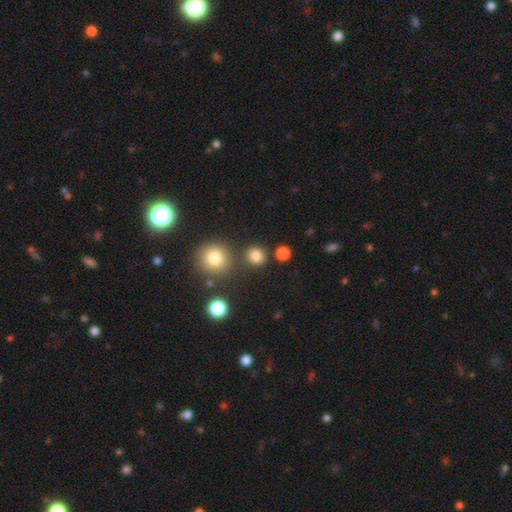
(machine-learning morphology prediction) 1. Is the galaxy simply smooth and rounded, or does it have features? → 82% smooth, 14% star or artifact, 4% featured or disk.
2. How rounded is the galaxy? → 86% round, 13% in between, 1% cigar-shaped.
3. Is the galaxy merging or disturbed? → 81% none, 8% minor disturbance, 8% merger, 3% major disturbance.